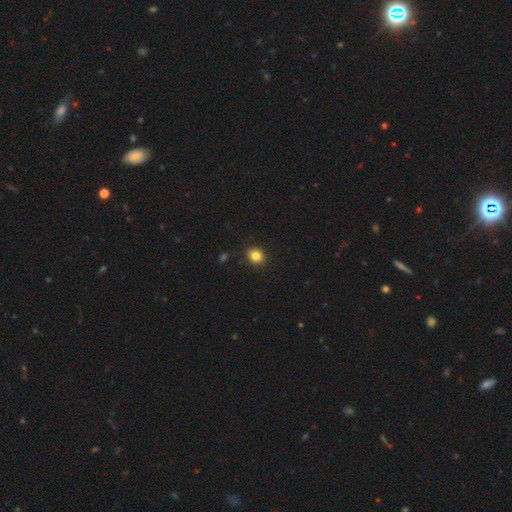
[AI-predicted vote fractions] A smooth galaxy with no disk features (84%) that is round (67%). Merging: none (89%).